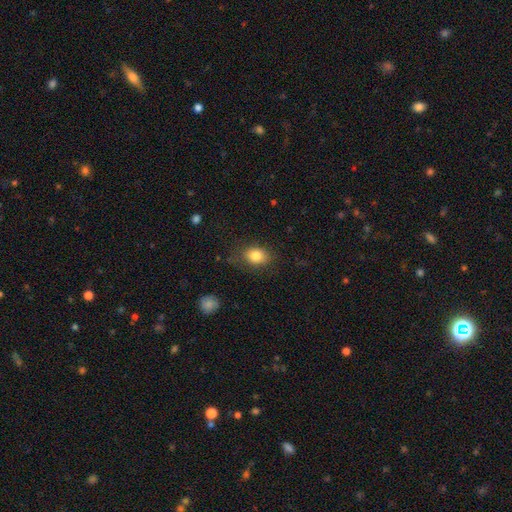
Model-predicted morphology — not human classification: Smooth or featured: smooth — 83% (star or artifact — 10%)
How rounded: in between — 61% (round — 37%)
Merging: none — 75% (minor disturbance — 18%)